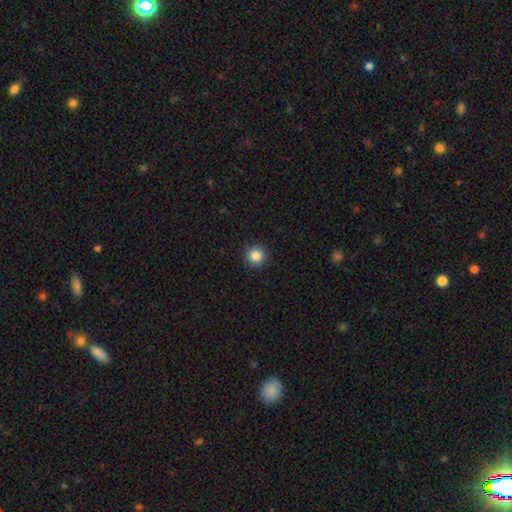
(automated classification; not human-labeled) smooth-or-featured: smooth: 85% | star or artifact: 10% | featured or disk: 4%
  how-rounded: round: 95% | in between: 4% | cigar-shaped: 1%
  merging: none: 92% | minor disturbance: 5% | major disturbance: 2% | merger: 1%